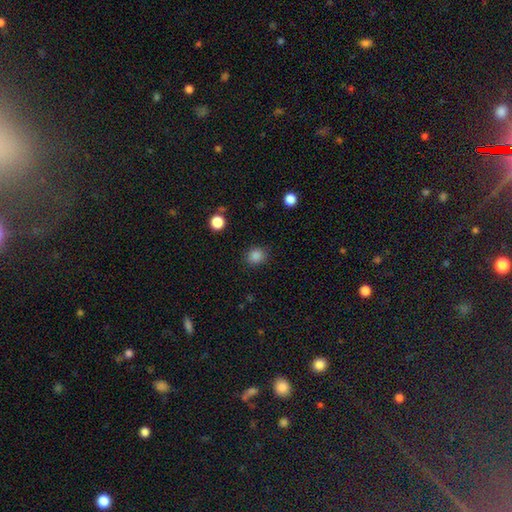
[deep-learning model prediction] Smooth or featured: smooth — 86% (star or artifact — 11%)
How rounded: round — 77% (in between — 22%)
Merging: none — 86% (minor disturbance — 9%)